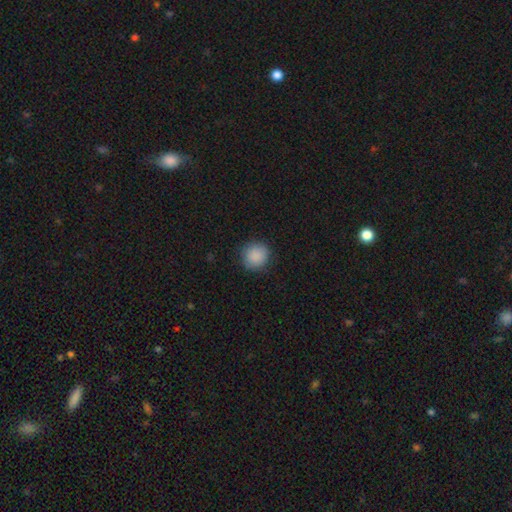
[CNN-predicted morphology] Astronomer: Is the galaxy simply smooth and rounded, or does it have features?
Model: smooth — 89%.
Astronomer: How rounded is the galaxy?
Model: round — 91%.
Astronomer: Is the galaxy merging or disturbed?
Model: none — 89%.